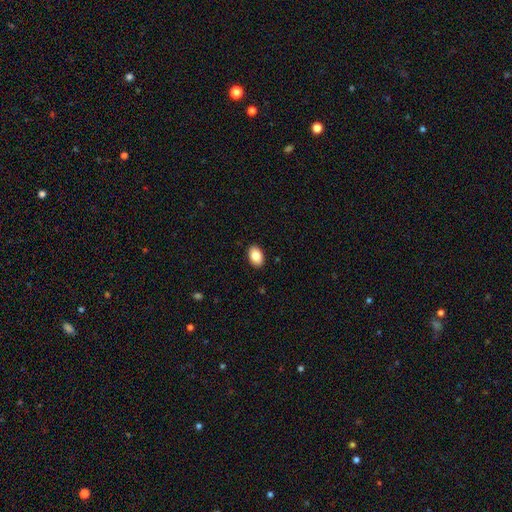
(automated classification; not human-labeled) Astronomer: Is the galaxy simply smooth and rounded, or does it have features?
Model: smooth — 85%.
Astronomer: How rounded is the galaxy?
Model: in between — 90%.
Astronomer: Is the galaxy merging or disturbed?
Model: none — 90%.